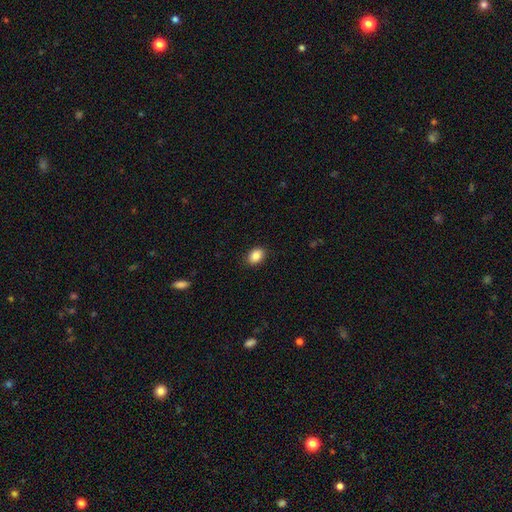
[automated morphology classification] The model was most divided on "how rounded": in between: 70%, round: 29%, cigar-shaped: 1%. More confident: merging — none (89%); smooth or featured — smooth (87%).